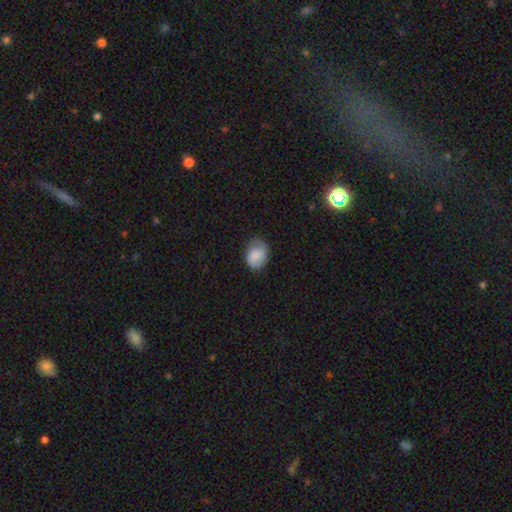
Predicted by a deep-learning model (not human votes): smooth 78%, featured or disk 14%, star or artifact 7%. Down the decision tree: how rounded — in between (64%); merging — none (64%).